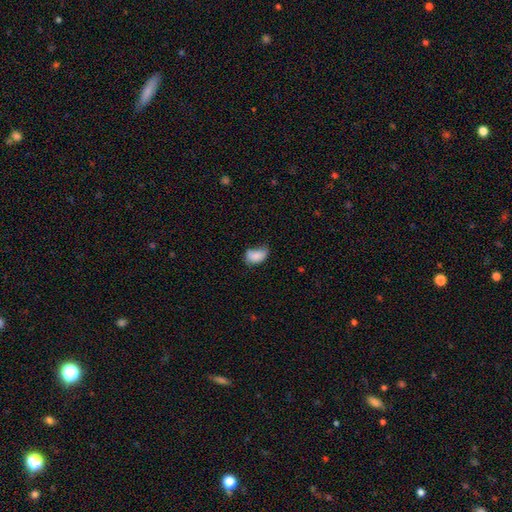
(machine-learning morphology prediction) smooth_or_featured: smooth (p=0.83) [alt: featured or disk p=0.08]
how_rounded: in between (p=0.89) [alt: round p=0.09]
merging: minor disturbance (p=0.42) [alt: none p=0.37]